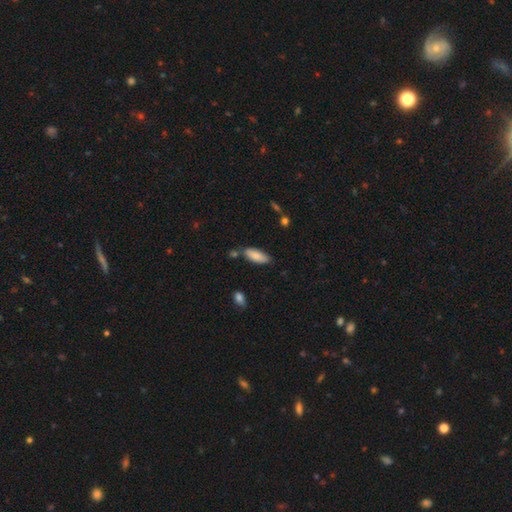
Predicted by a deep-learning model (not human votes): smooth 85%, featured or disk 9%, star or artifact 6%. Down the decision tree: how rounded — in between (73%); merging — none (74%).